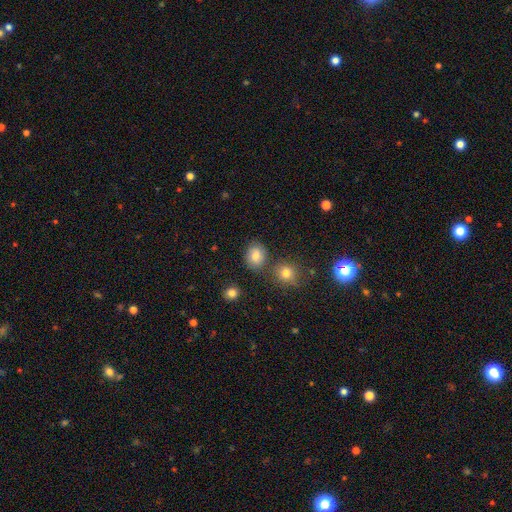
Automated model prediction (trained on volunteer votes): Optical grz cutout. It shows a smooth galaxy with no disk features (81%) that is round (59%). Merging: none (77%).